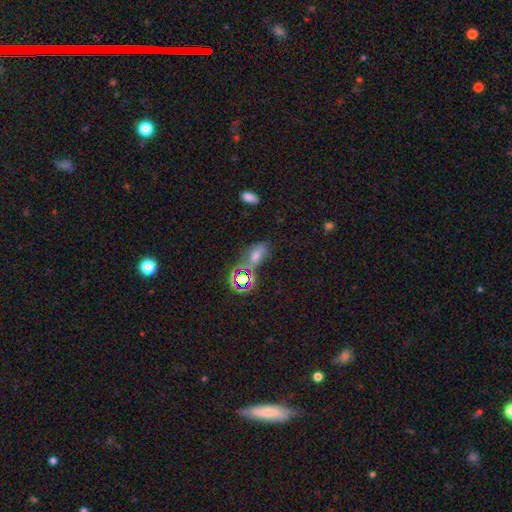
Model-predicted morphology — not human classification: This appears to be a star or artifact, not a galaxy (43%).